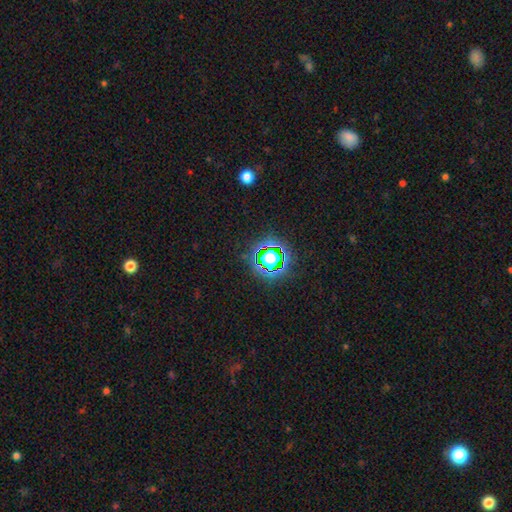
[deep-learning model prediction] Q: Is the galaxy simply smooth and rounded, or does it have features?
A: star or artifact — 80%.